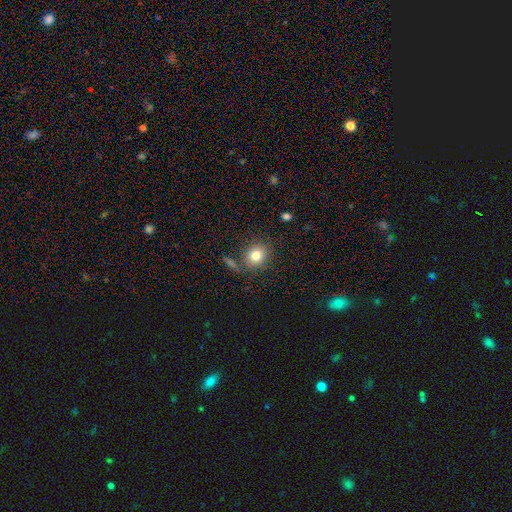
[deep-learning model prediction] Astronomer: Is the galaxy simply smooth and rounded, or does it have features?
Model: smooth — 79%.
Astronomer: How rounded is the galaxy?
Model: round — 76%.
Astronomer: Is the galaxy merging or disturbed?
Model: none — 77%.